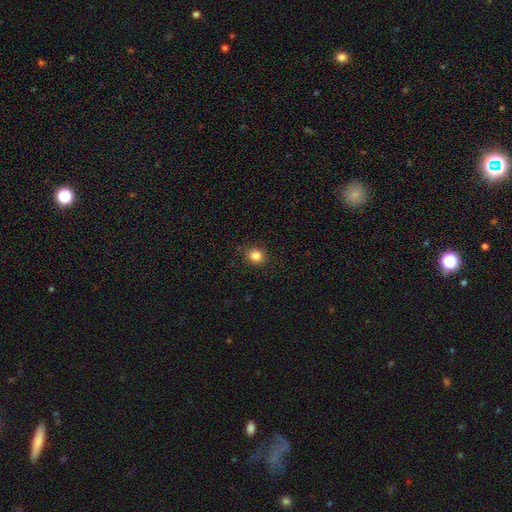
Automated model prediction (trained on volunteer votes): A smooth galaxy with no disk features (84%) that is round (84%).

Vote fractions:
- Smooth or featured? smooth: 84% / star or artifact: 11% / featured or disk: 5%
- How rounded? round: 84% / in between: 15% / cigar-shaped: 1%
- Merging? none: 90% / minor disturbance: 7% / major disturbance: 2% / merger: 1%